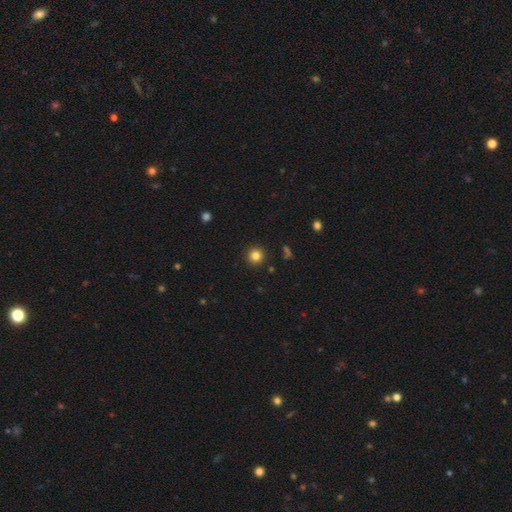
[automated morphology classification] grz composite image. It shows a smooth galaxy with no disk features (83%) that is round (95%). Merging: none (92%).